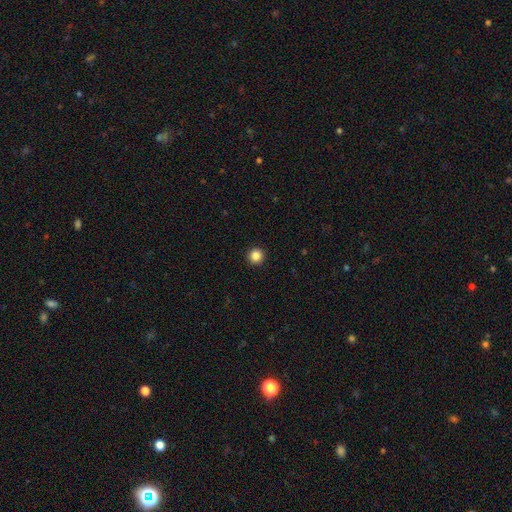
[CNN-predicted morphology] type=smooth (86%); roundness=round (96%); merging=none (94%).